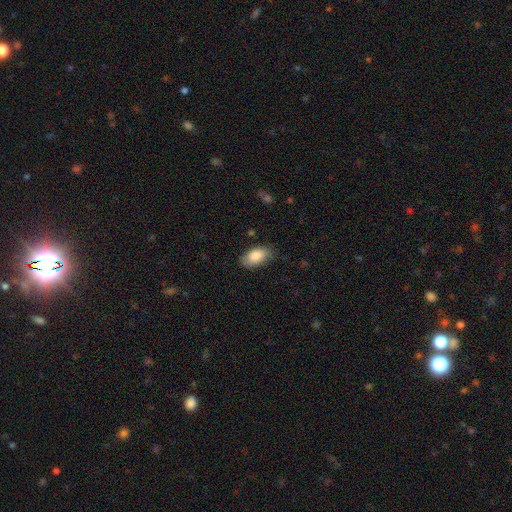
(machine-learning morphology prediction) smooth_or_featured: smooth (p=0.86) [alt: featured or disk p=0.08]
how_rounded: in between (p=0.94) [alt: round p=0.04]
merging: none (p=0.74) [alt: minor disturbance p=0.20]